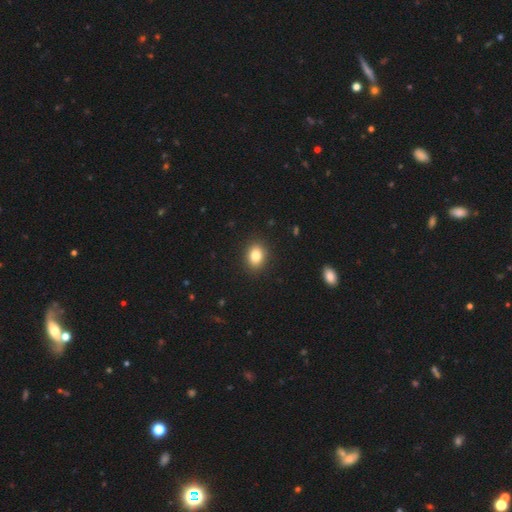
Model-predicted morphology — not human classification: smooth_or_featured: smooth (p=0.82) [alt: star or artifact p=0.10]
how_rounded: in between (p=0.53) [alt: round p=0.46]
merging: none (p=0.90) [alt: minor disturbance p=0.07]